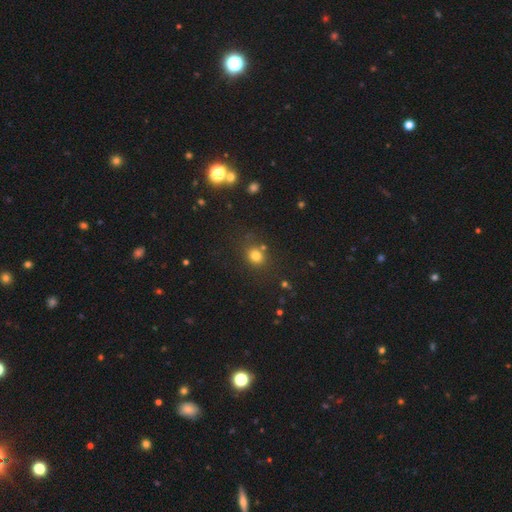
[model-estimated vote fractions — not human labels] Smooth or featured? smooth (77%)
How rounded? round (70%)
Merging? none (74%)